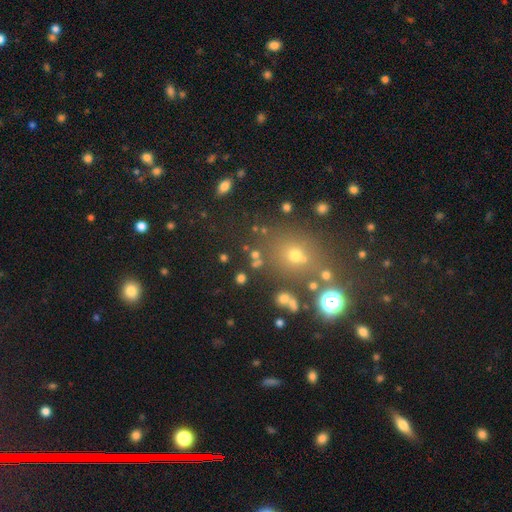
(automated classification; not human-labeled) smooth_or_featured: smooth (p=0.60) [alt: star or artifact p=0.28]
how_rounded: round (p=0.77) [alt: in between p=0.21]
merging: none (p=0.69) [alt: merger p=0.15]